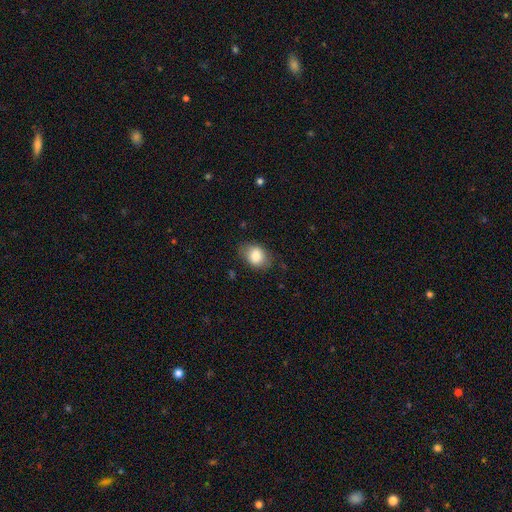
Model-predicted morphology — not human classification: smooth_or_featured: smooth (p=0.82) [alt: featured or disk p=0.11]
how_rounded: in between (p=0.73) [alt: round p=0.25]
merging: none (p=0.75) [alt: minor disturbance p=0.19]